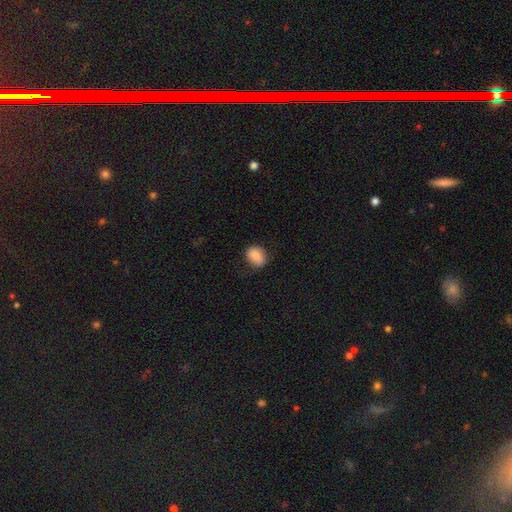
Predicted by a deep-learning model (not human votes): A smooth galaxy with no disk features (85%) that is in between round and cigar-shaped (58%).

Vote fractions:
- Smooth or featured? smooth: 85% / star or artifact: 8% / featured or disk: 7%
- How rounded? in between: 58% / round: 41% / cigar-shaped: 1%
- Merging? none: 76% / minor disturbance: 19% / major disturbance: 4% / merger: 1%